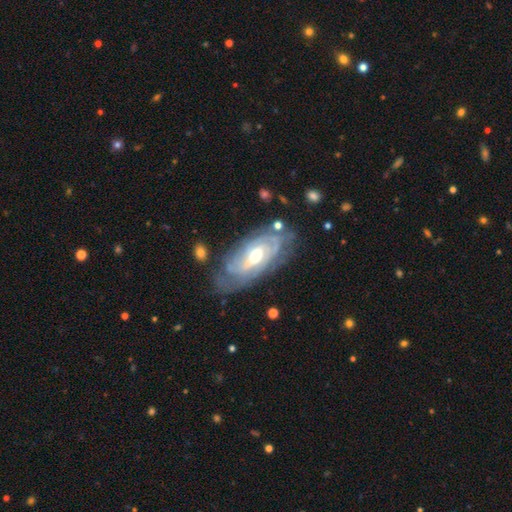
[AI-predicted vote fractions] Smooth or featured? Predicted: featured or disk (p=0.86). Edge-on disk? Predicted: no (p=0.91). Bar? Predicted: weak (p=0.42). Spiral arms? Predicted: yes (p=0.92). Spiral winding? Predicted: tight (p=0.70). Spiral arm count? Predicted: can't tell (p=0.39). Bulge size? Predicted: moderate (p=0.70). Merging? Predicted: none (p=0.68).